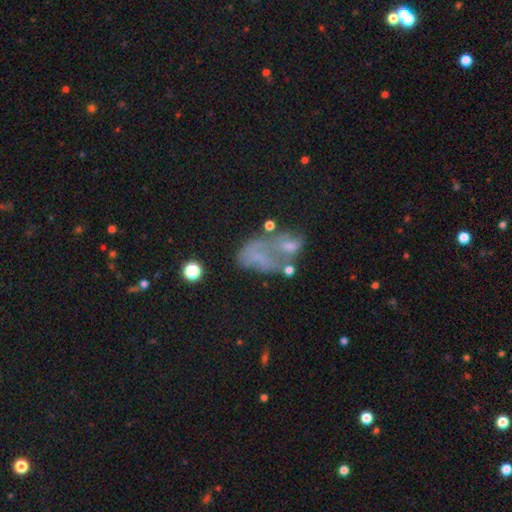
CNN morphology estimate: type=smooth (44%); merging=major disturbance (37%).